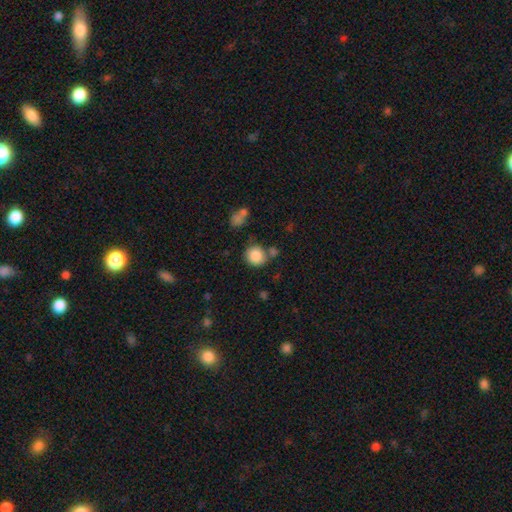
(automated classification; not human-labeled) Smooth or featured? smooth (86%)
How rounded? round (89%)
Merging? none (71%)